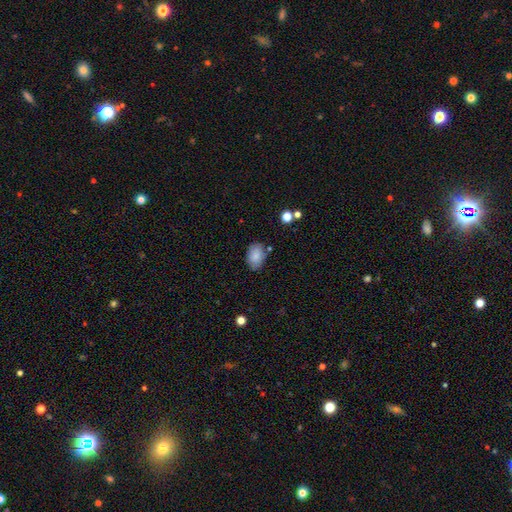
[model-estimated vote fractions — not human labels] Smooth or featured? Predicted: smooth (p=0.85). How rounded? Predicted: in between (p=0.85). Merging? Predicted: none (p=0.76).